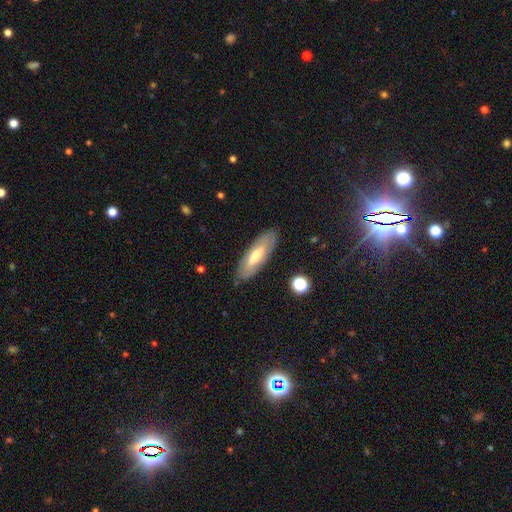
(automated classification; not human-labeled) Smooth or featured? Predicted: smooth (p=0.50). How rounded? Predicted: in between (p=0.59). Merging? Predicted: none (p=0.85).